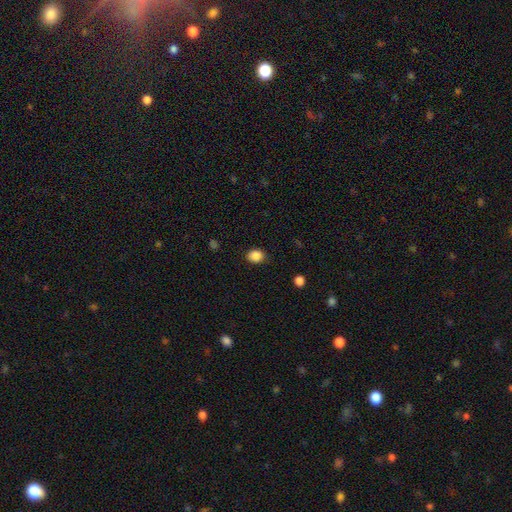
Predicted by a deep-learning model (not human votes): smooth_or_featured: smooth (p=0.87) [alt: star or artifact p=0.09]
how_rounded: round (p=0.52) [alt: in between p=0.47]
merging: none (p=0.87) [alt: minor disturbance p=0.09]